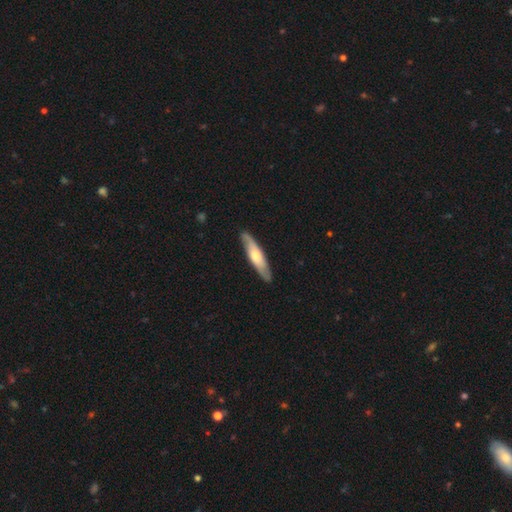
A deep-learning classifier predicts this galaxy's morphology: A smooth galaxy with no disk features (49%). Merging: none (87%).